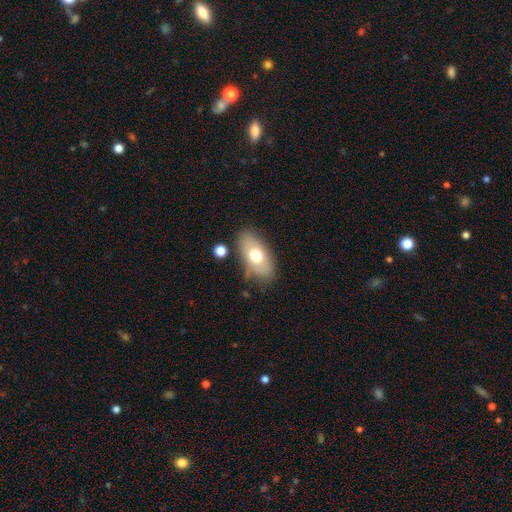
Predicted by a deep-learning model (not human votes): Q: Smooth or featured?
A: smooth (66%); runner-up: featured or disk (27%)
Q: How rounded?
A: in between (90%); runner-up: round (6%)
Q: Merging?
A: none (70%); runner-up: minor disturbance (20%)